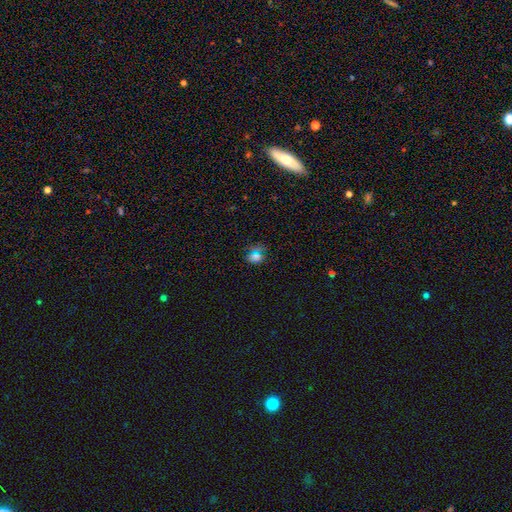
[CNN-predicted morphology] This is possibly a smooth galaxy (59%). How rounded: possibly round (52%). Merging: likely none (79%).